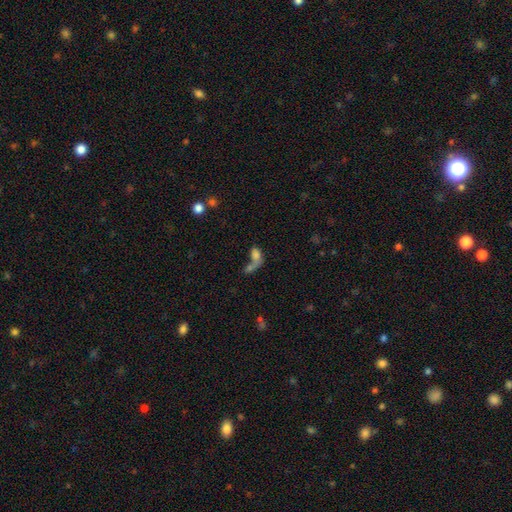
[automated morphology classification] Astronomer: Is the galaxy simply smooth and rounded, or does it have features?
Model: smooth — 67%.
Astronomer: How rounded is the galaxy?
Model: in between — 78%.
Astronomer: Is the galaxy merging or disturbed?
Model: merger — 57%.